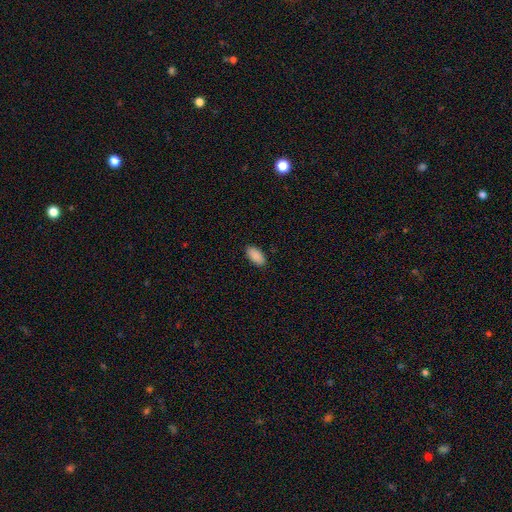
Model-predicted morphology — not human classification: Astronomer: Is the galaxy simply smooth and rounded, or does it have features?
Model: smooth — 90%.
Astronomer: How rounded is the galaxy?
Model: in between — 93%.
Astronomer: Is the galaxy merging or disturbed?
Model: none — 89%.